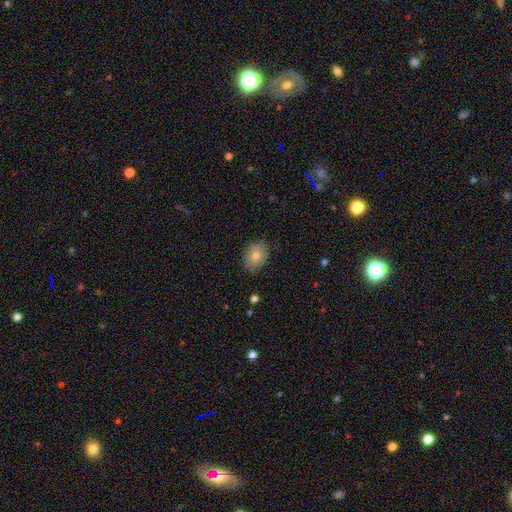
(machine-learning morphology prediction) Smooth or featured?
  - smooth: 77% *
  - featured or disk: 14%
  - star or artifact: 9%
How rounded?
  - in between: 69% *
  - round: 30%
  - cigar-shaped: 1%
Merging?
  - none: 84% *
  - minor disturbance: 13%
  - major disturbance: 2%
  - merger: 1%